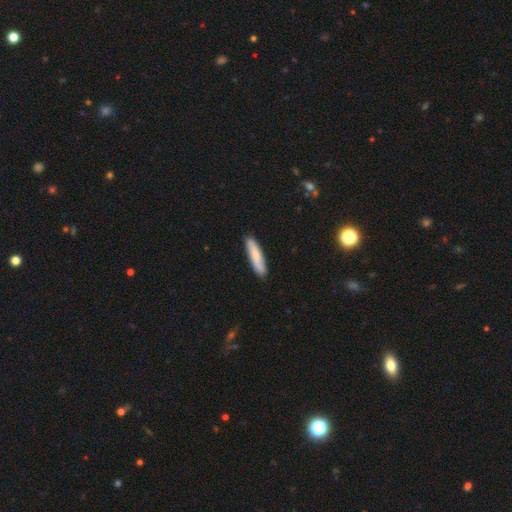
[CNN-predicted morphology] smooth 76%, featured or disk 19%, star or artifact 5%. Down the decision tree: how rounded — cigar-shaped (82%); merging — none (89%).